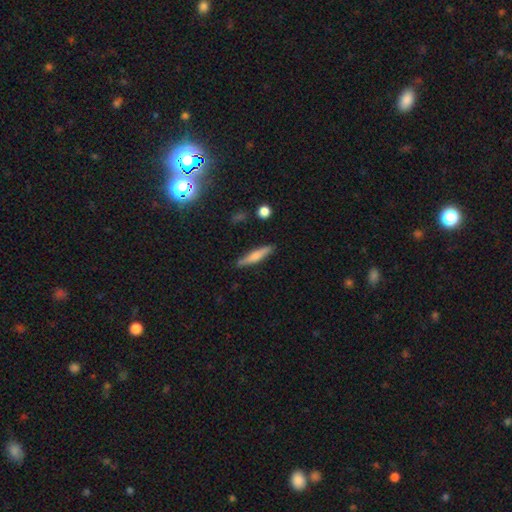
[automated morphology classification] A smooth galaxy with no disk features (60%) that is cigar-shaped (88%). Merging: none (87%).